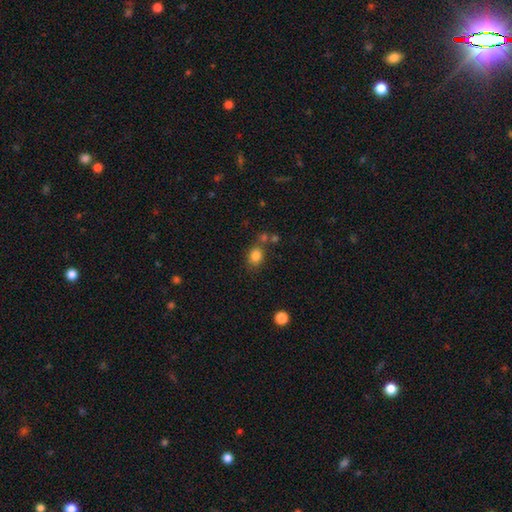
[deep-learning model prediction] Q: Smooth or featured?
A: smooth (83%); runner-up: star or artifact (12%)
Q: How rounded?
A: round (56%); runner-up: in between (43%)
Q: Merging?
A: none (70%); runner-up: minor disturbance (13%)